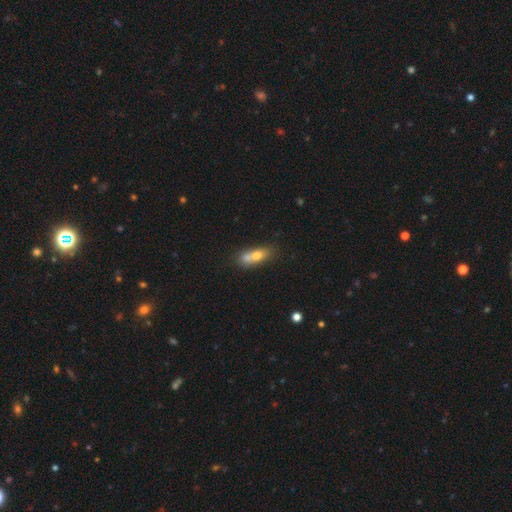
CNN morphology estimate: Smooth or featured? Predicted: smooth (p=0.63). How rounded? Predicted: in between (p=0.58). Merging? Predicted: merger (p=0.46).